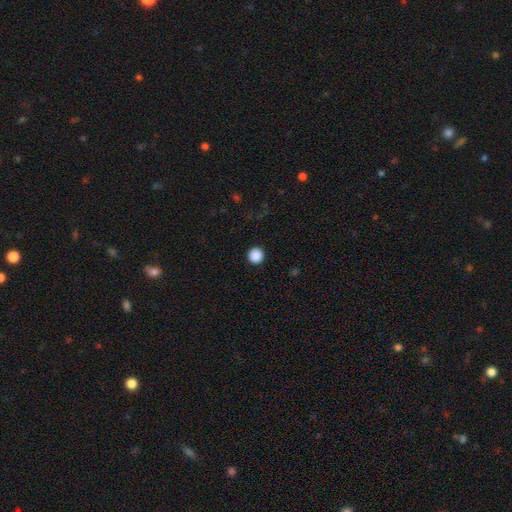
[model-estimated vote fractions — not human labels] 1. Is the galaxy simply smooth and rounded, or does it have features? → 89% smooth, 9% star or artifact, 2% featured or disk.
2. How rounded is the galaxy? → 96% round, 3% in between, 1% cigar-shaped.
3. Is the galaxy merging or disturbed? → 93% none, 4% minor disturbance, 2% major disturbance, 1% merger.